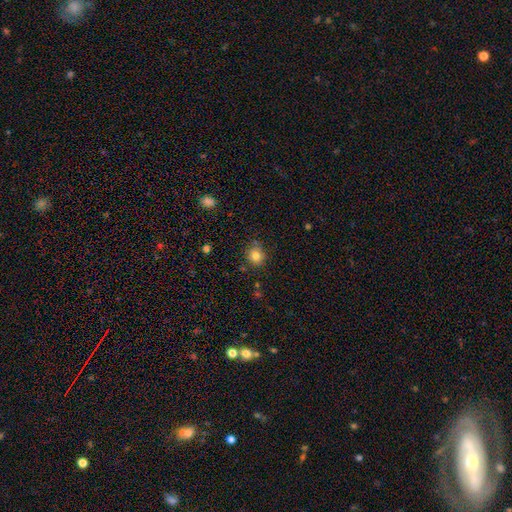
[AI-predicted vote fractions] This is clearly a smooth galaxy (82%). How rounded: clearly round (81%). Merging: likely none (79%).